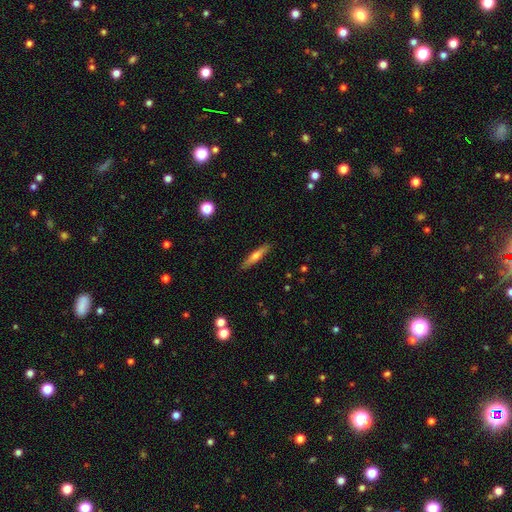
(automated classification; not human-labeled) smooth-or-featured: smooth: 51% | featured or disk: 42% | star or artifact: 6%
  how-rounded: cigar-shaped: 88% | in between: 10% | round: 2%
  merging: none: 89% | minor disturbance: 8% | major disturbance: 2% | merger: 1%